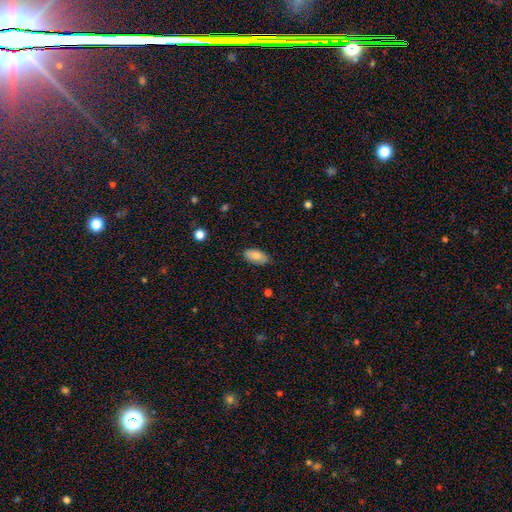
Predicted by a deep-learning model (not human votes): A smooth galaxy with no disk features (83%) that is in between round and cigar-shaped (92%). Merging: none (85%).